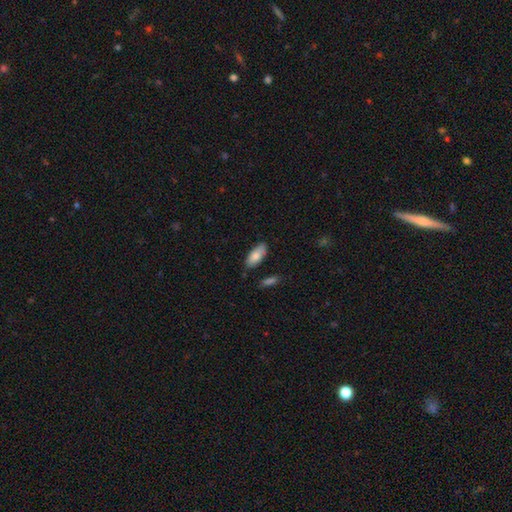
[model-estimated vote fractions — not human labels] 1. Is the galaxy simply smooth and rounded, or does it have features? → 82% smooth, 12% featured or disk, 6% star or artifact.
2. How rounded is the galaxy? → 84% in between, 14% cigar-shaped, 2% round.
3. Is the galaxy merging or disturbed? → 81% none, 14% minor disturbance, 3% merger, 2% major disturbance.